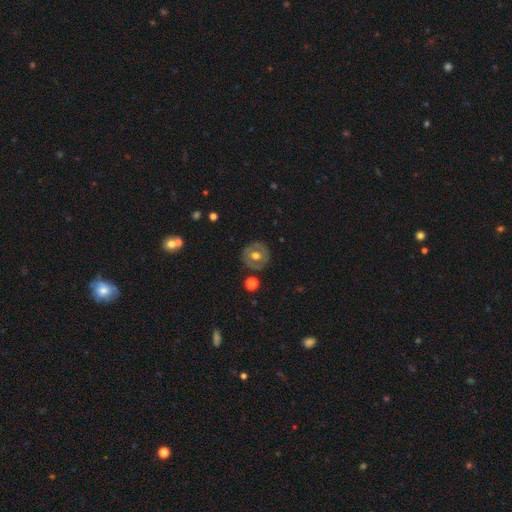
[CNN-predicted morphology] smooth_or_featured: featured or disk (p=0.48) [alt: smooth p=0.44]
merging: none (p=0.86) [alt: minor disturbance p=0.10]